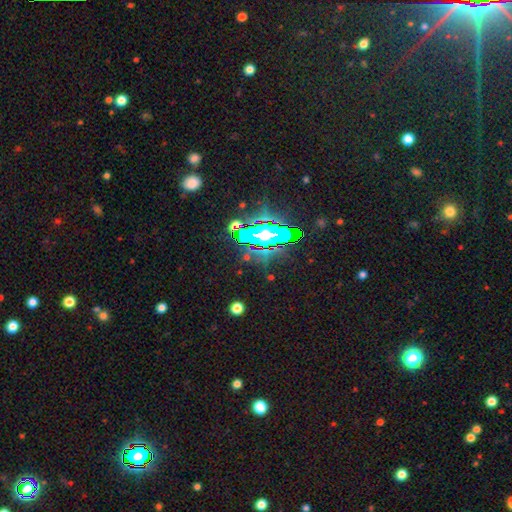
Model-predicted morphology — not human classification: Smooth or featured?
  - star or artifact: 79% *
  - smooth: 11%
  - featured or disk: 10%